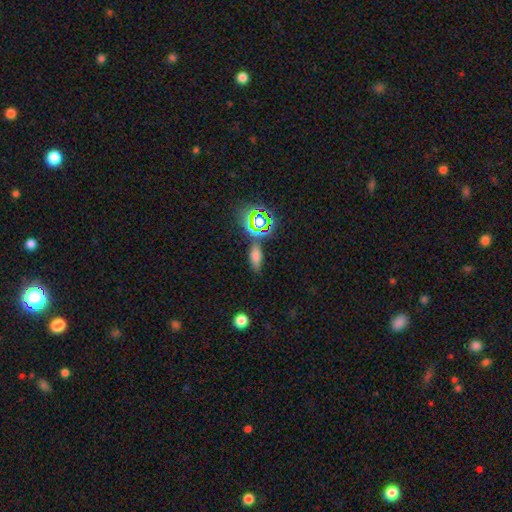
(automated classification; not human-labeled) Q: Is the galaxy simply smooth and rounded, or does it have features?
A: smooth — 65%.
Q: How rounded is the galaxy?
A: in between — 67%.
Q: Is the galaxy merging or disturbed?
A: none — 77%.